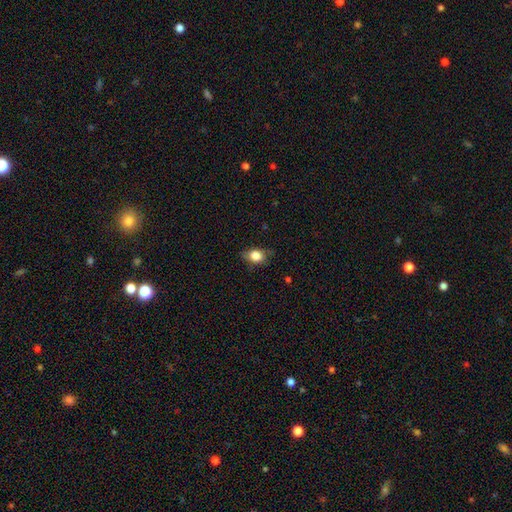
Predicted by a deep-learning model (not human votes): Overall: smooth (80%). How rounded: in between (66%; round 32%). Merging: none (71%).